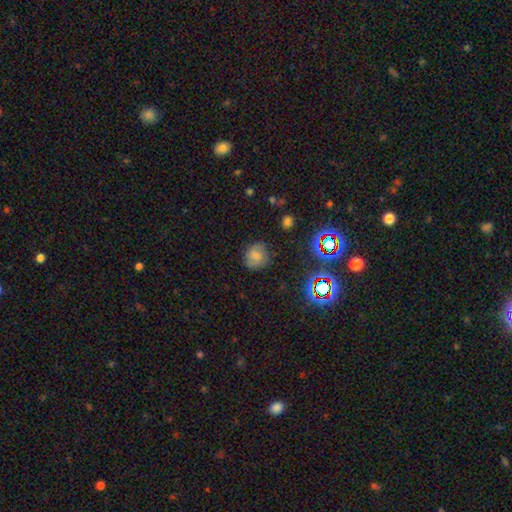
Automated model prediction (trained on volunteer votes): This appears to be a smooth galaxy with no disk features (72%) that is round (83%). Merging: none (77%).